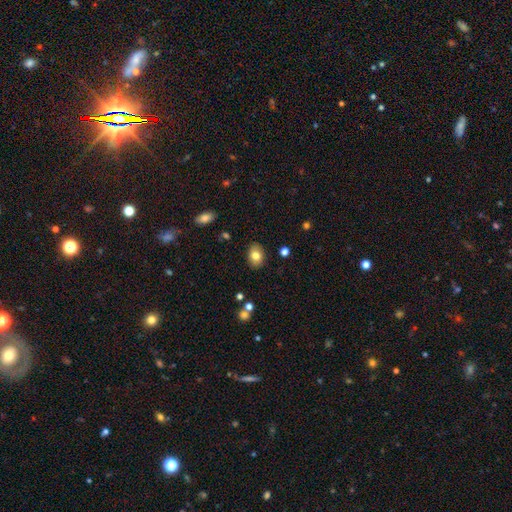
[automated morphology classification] A smooth galaxy with no disk features (79%) that is in between round and cigar-shaped (71%).

Vote fractions:
- Smooth or featured? smooth: 79% / featured or disk: 13% / star or artifact: 9%
- How rounded? in between: 71% / round: 28% / cigar-shaped: 1%
- Merging? none: 87% / minor disturbance: 10% / major disturbance: 2% / merger: 1%